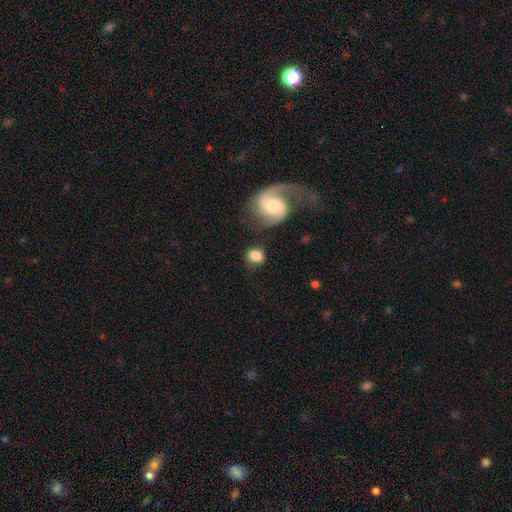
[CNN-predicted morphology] smooth-or-featured: smooth: 77% | featured or disk: 16% | star or artifact: 7%
  how-rounded: round: 69% | in between: 30% | cigar-shaped: 1%
  merging: none: 70% | minor disturbance: 15% | merger: 8% | major disturbance: 7%